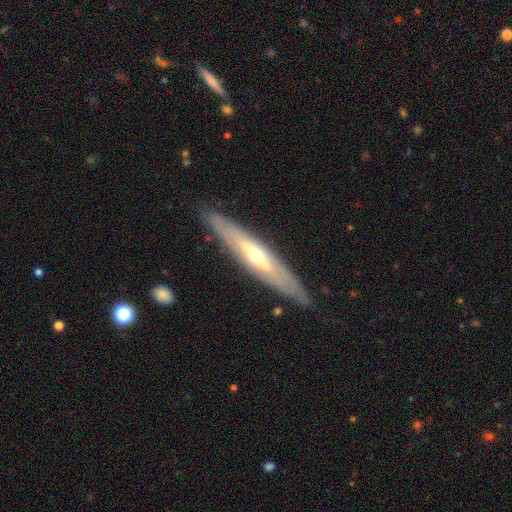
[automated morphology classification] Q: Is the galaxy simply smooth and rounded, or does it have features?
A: featured or disk — 71%.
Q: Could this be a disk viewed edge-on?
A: yes — 69%.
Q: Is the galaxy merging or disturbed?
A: none — 86%.